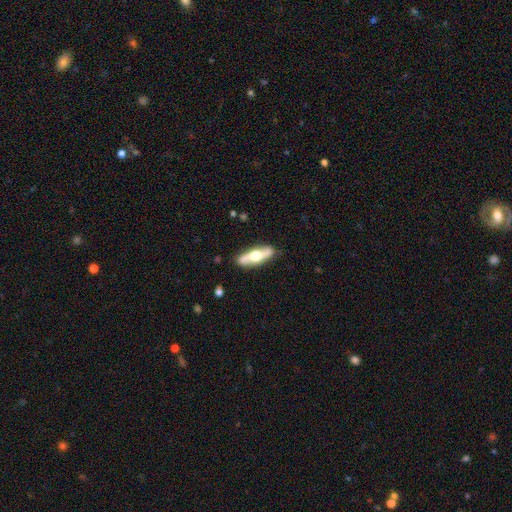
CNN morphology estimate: Smooth or featured: featured or disk — 61% (smooth — 35%)
Edge-on disk: yes — 57% (no — 43%)
Merging: none — 85% (minor disturbance — 11%)